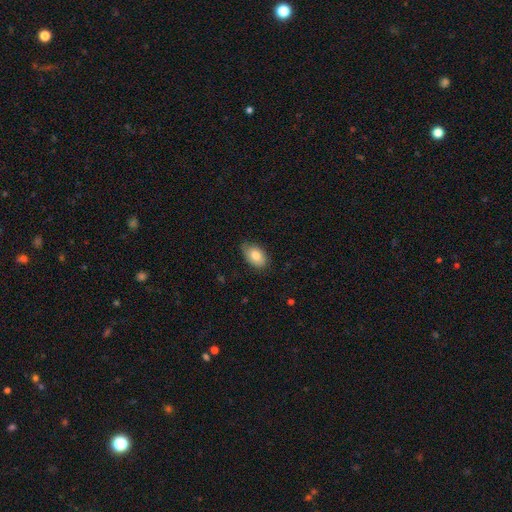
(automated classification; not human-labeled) This appears to be a smooth galaxy with no disk features (81%) that is in between round and cigar-shaped (91%). Merging: none (74%).